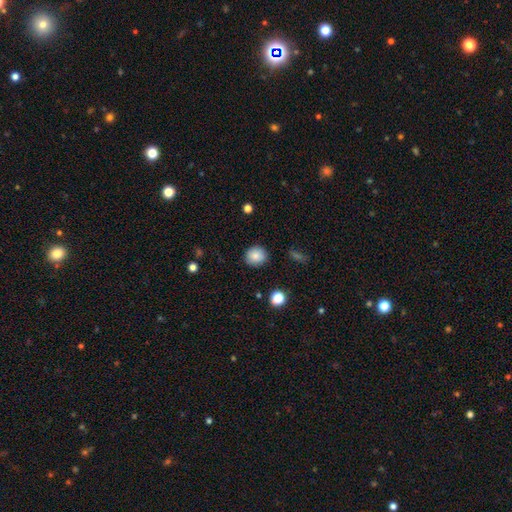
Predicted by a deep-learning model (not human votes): Morphology: type=smooth (84%); roundness=round (84%); merging=none (88%).